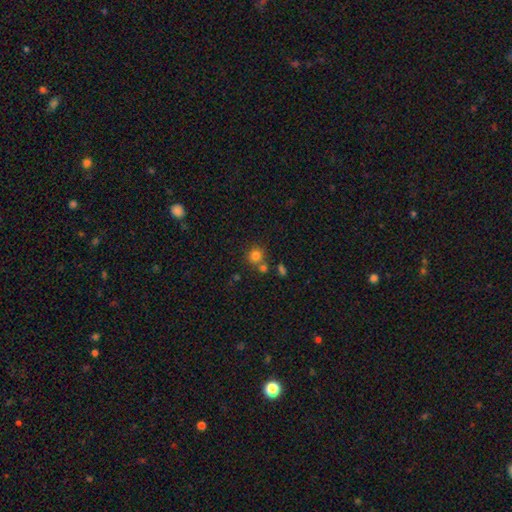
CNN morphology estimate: Smooth or featured?
  - smooth: 79% *
  - star or artifact: 14%
  - featured or disk: 7%
How rounded?
  - round: 89% *
  - in between: 10%
  - cigar-shaped: 1%
Merging?
  - none: 67% *
  - merger: 21%
  - minor disturbance: 9%
  - major disturbance: 3%